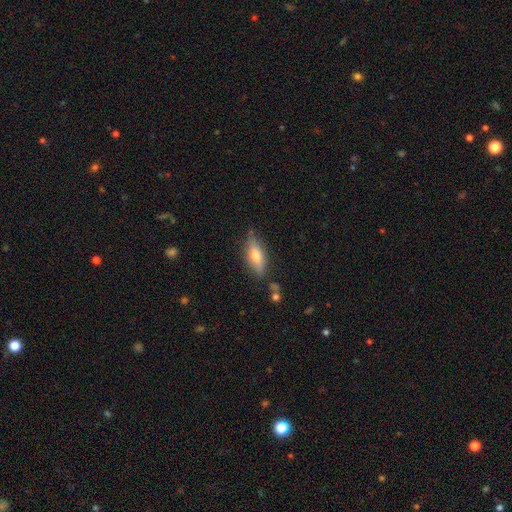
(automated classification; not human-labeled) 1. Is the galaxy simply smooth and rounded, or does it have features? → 59% smooth, 34% featured or disk, 7% star or artifact.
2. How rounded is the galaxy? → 58% in between, 39% cigar-shaped, 3% round.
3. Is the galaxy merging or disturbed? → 79% none, 15% minor disturbance, 3% major disturbance, 3% merger.